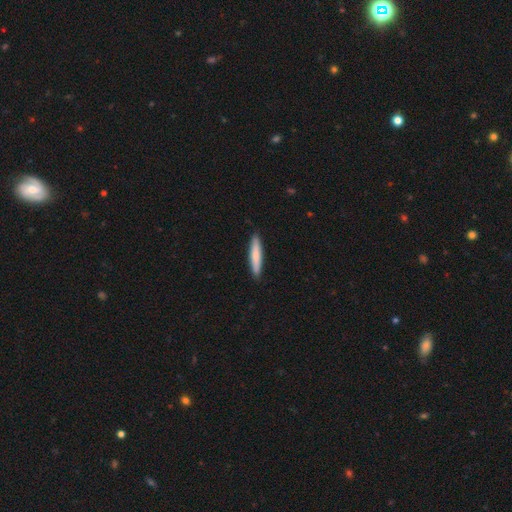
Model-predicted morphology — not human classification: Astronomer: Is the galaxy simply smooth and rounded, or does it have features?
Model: smooth — 76%.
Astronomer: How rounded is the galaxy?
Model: cigar-shaped — 90%.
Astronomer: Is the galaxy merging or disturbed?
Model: none — 91%.